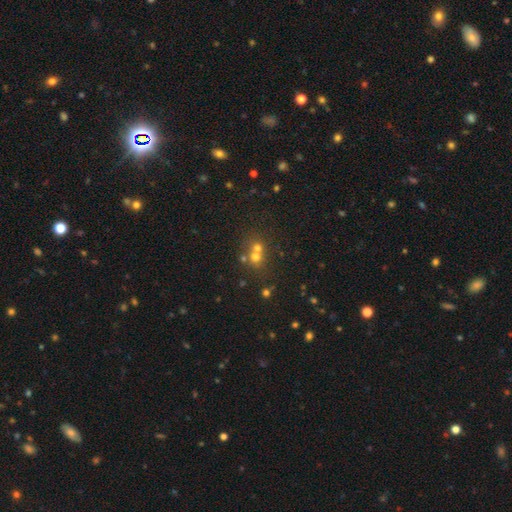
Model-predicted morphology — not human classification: smooth 55%, star or artifact 29%, featured or disk 16%. Down the decision tree: how rounded — round (81%); merging — merger (47%).